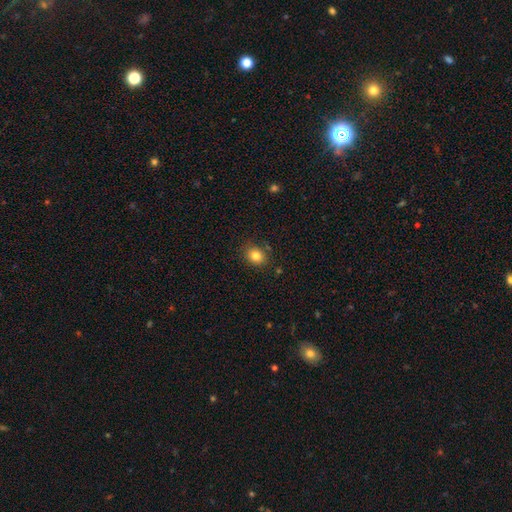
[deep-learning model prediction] The model was most divided on "how rounded": round: 57%, in between: 43%, cigar-shaped: 1%. More confident: merging — none (83%); smooth or featured — smooth (82%).